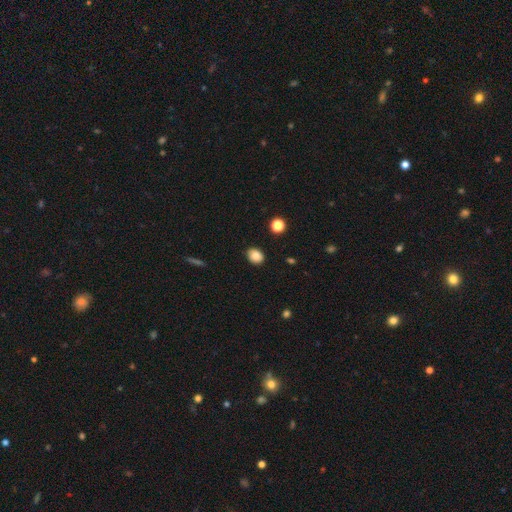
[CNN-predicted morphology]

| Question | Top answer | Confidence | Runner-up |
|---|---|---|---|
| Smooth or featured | smooth | 85% | star or artifact (10%) |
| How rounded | in between | 55% | round (44%) |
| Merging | none | 85% | minor disturbance (11%) |